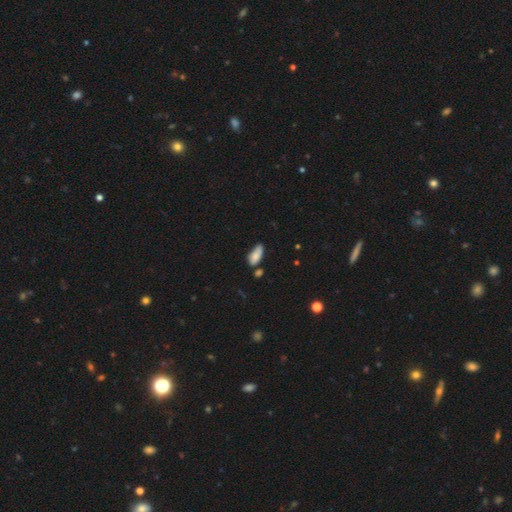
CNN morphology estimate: A smooth galaxy with no disk features (80%) that is in between round and cigar-shaped (87%). Merging: none (50%).